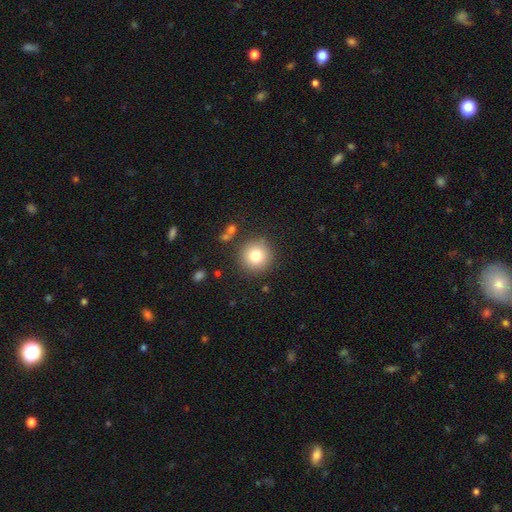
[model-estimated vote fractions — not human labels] Morphology: type=smooth (79%); roundness=round (95%); merging=none (86%).